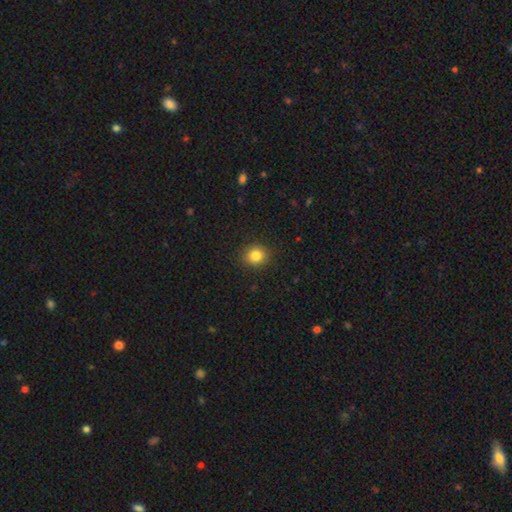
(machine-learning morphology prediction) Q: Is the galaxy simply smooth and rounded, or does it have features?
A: smooth — 84%.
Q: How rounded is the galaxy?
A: round — 76%.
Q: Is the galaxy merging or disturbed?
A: none — 89%.